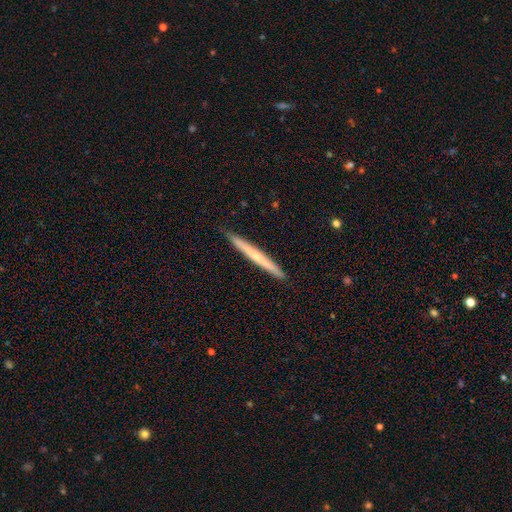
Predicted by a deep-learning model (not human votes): Q: Smooth or featured?
A: featured or disk (53%); runner-up: smooth (41%)
Q: Edge-on disk?
A: yes (97%); runner-up: no (3%)
Q: Edge-on bulge?
A: none (50%); runner-up: rounded (47%)
Q: Merging?
A: none (91%); runner-up: minor disturbance (6%)